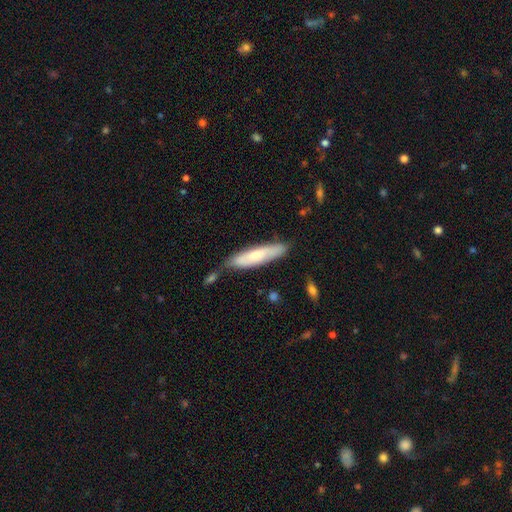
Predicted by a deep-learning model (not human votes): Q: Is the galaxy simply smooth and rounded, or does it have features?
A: smooth — 63%.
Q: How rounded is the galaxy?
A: cigar-shaped — 76%.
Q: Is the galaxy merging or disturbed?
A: none — 66%.